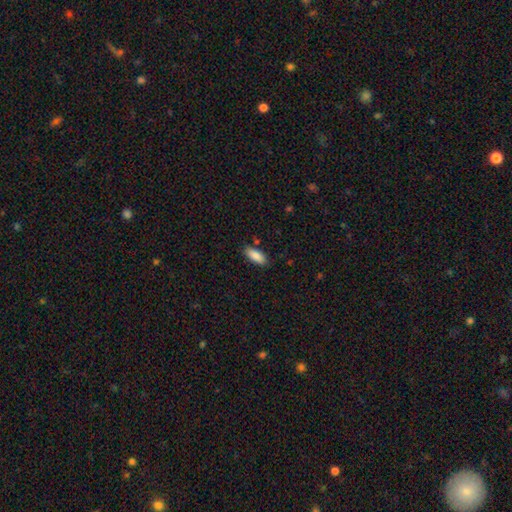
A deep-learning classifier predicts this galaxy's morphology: A smooth galaxy with no disk features (88%) that is in between round and cigar-shaped (83%).

Vote fractions:
- Smooth or featured? smooth: 88% / star or artifact: 6% / featured or disk: 6%
- How rounded? in between: 83% / cigar-shaped: 15% / round: 2%
- Merging? none: 84% / minor disturbance: 11% / merger: 3% / major disturbance: 2%